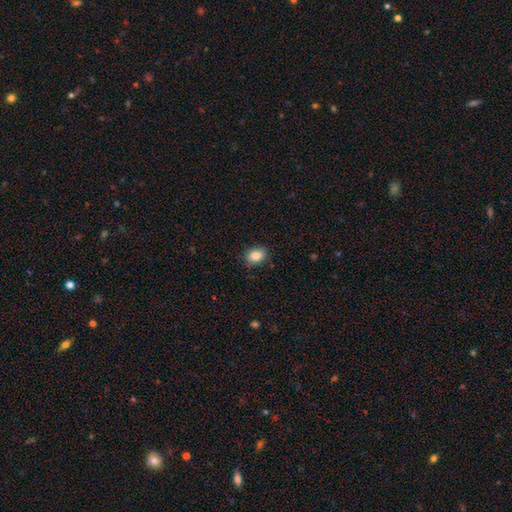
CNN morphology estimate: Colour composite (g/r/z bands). It shows a smooth galaxy with no disk features (85%) that is in between round and cigar-shaped (71%). Merging: none (86%).